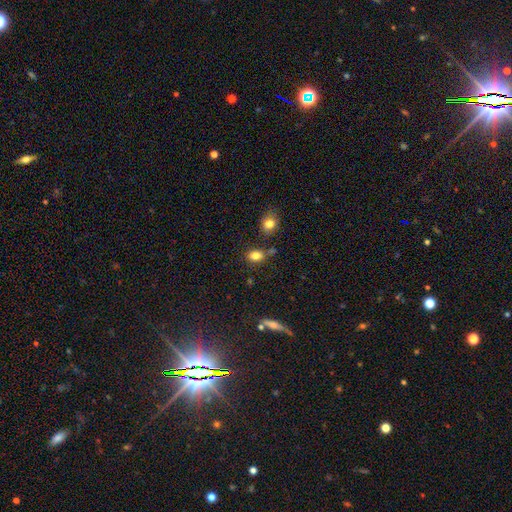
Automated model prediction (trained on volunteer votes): Q: Smooth or featured?
A: smooth (82%); runner-up: star or artifact (11%)
Q: How rounded?
A: in between (68%); runner-up: round (30%)
Q: Merging?
A: none (71%); runner-up: minor disturbance (13%)